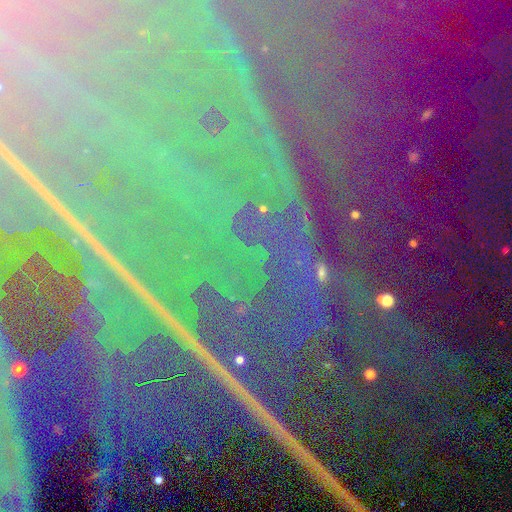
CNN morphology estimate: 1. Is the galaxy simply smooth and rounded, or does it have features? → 89% star or artifact, 6% featured or disk, 5% smooth.